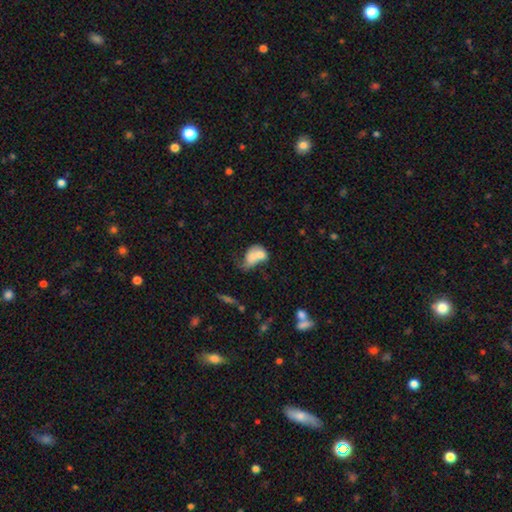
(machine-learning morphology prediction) Smooth or featured?
  - smooth: 62% *
  - featured or disk: 29%
  - star or artifact: 9%
How rounded?
  - in between: 73% *
  - round: 25%
  - cigar-shaped: 2%
Merging?
  - merger: 61% *
  - major disturbance: 15%
  - none: 13%
  - minor disturbance: 10%